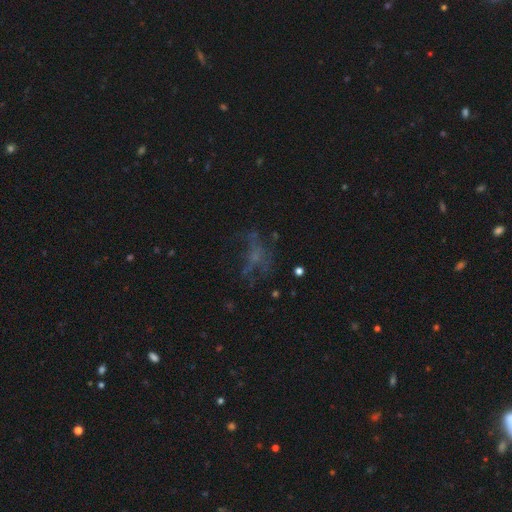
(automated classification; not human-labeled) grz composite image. It shows a featured or disk galaxy (42%). Merging: none (48%).